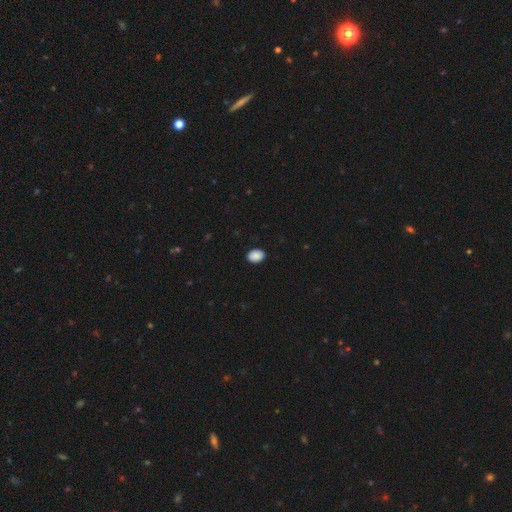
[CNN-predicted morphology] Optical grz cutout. It shows a smooth galaxy with no disk features (89%) that is in between round and cigar-shaped (70%). Merging: none (89%).